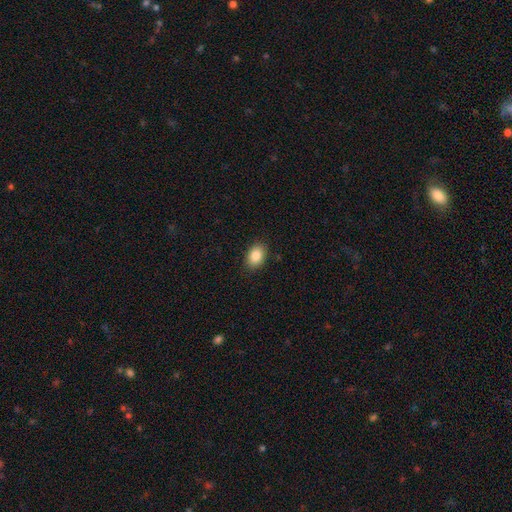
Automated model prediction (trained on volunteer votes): Smooth or featured?
  - smooth: 86% *
  - star or artifact: 8%
  - featured or disk: 6%
How rounded?
  - in between: 83% *
  - round: 16%
  - cigar-shaped: 1%
Merging?
  - none: 88% *
  - minor disturbance: 9%
  - major disturbance: 2%
  - merger: 1%